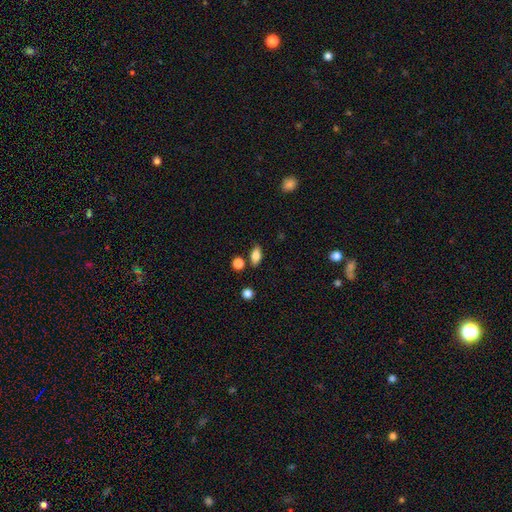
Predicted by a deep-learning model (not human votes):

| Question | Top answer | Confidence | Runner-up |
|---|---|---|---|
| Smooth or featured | smooth | 81% | featured or disk (10%) |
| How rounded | in between | 84% | round (9%) |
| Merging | none | 79% | minor disturbance (12%) |